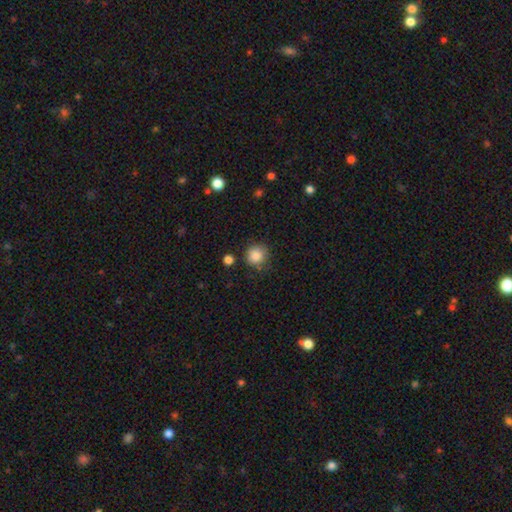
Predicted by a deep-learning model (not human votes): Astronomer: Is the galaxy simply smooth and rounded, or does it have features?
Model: smooth — 86%.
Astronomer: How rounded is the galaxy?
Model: round — 92%.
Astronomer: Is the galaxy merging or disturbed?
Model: none — 81%.